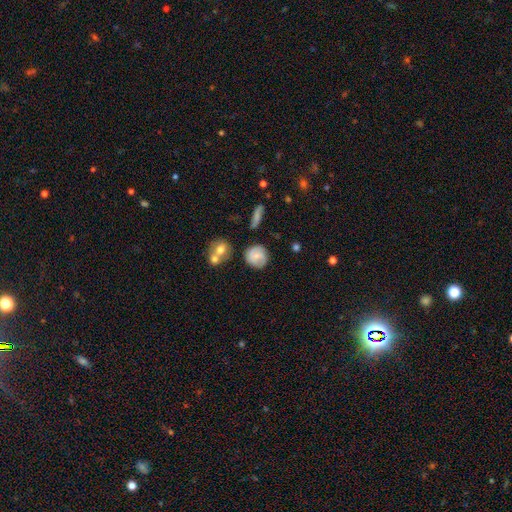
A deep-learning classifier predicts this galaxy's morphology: smooth 58%, featured or disk 33%, star or artifact 9%. Down the decision tree: how rounded — round (83%); merging — none (71%).